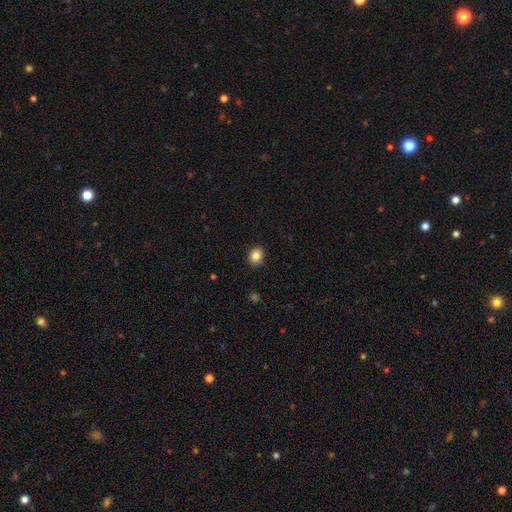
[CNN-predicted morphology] Smooth or featured? Predicted: smooth (p=0.85). How rounded? Predicted: round (p=0.54). Merging? Predicted: none (p=0.89).